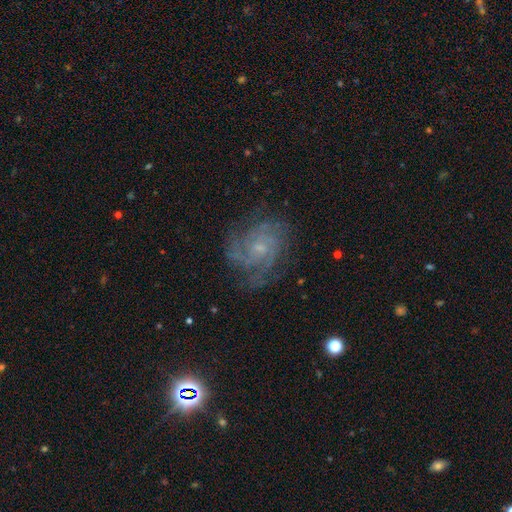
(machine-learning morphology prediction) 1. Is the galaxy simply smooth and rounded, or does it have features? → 74% featured or disk, 15% star or artifact, 11% smooth.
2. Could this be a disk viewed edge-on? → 97% no, 3% yes.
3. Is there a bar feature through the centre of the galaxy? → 72% no, 24% weak, 4% strong.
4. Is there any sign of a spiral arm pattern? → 95% yes, 5% no.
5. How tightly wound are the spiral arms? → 52% tight, 38% medium, 9% loose.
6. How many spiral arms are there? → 30% can't tell, 23% 3, 18% 2, 15% 4, 8% more than 4, 7% 1.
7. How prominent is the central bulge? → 69% small, 23% moderate, 5% none, 2% large, 1% dominant.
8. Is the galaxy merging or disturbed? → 74% none, 16% minor disturbance, 8% major disturbance, 1% merger.